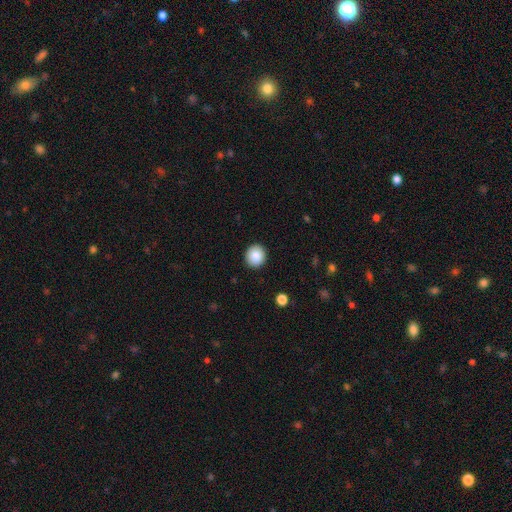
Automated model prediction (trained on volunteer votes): Smooth or featured? Predicted: smooth (p=0.88). How rounded? Predicted: round (p=0.89). Merging? Predicted: none (p=0.92).